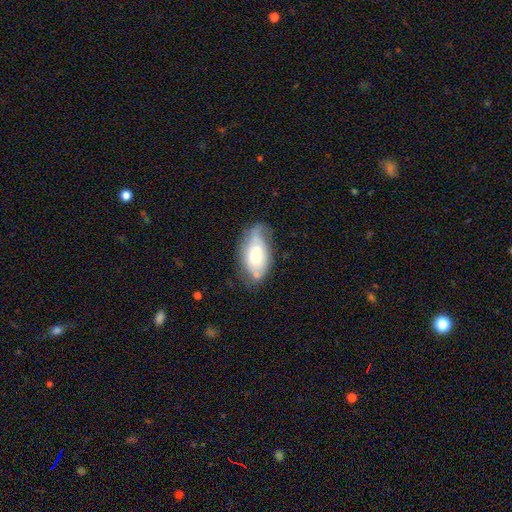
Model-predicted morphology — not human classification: Smooth or featured?
  - smooth: 55% *
  - featured or disk: 39%
  - star or artifact: 7%
How rounded?
  - in between: 92% *
  - cigar-shaped: 4%
  - round: 4%
Merging?
  - none: 46% *
  - minor disturbance: 34%
  - major disturbance: 13%
  - merger: 7%